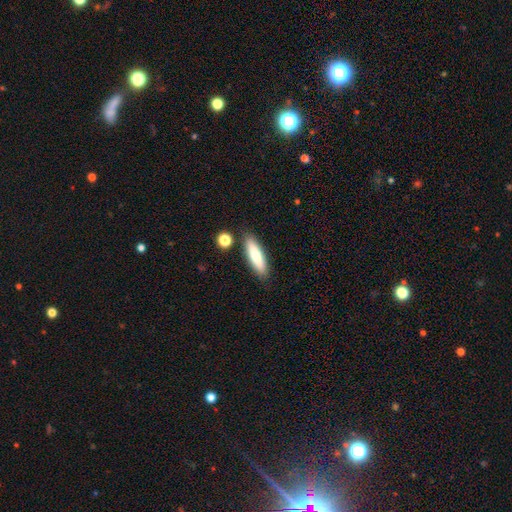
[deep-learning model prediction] Overall: smooth (76%). How rounded: cigar-shaped (67%; in between 31%). Merging: none (85%).